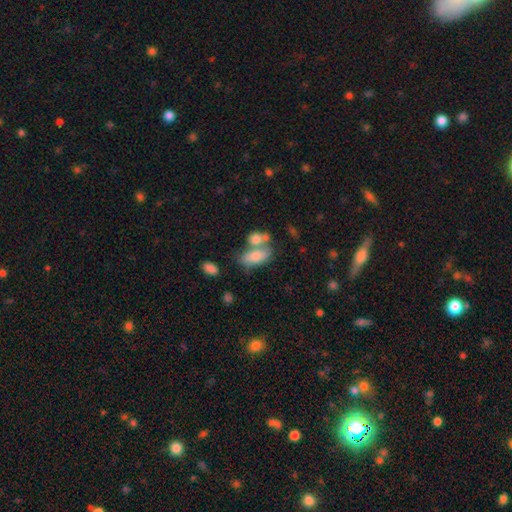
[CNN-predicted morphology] This is likely a smooth galaxy (77%). How rounded: clearly in between (87%). Merging: marginally merger (41%).